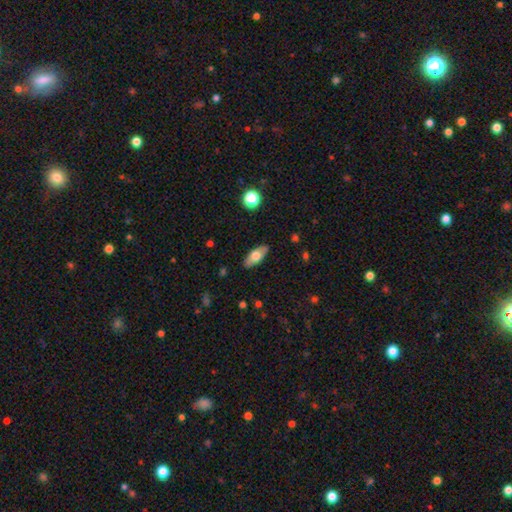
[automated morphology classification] type=smooth (66%); roundness=in between (83%); merging=none (87%).